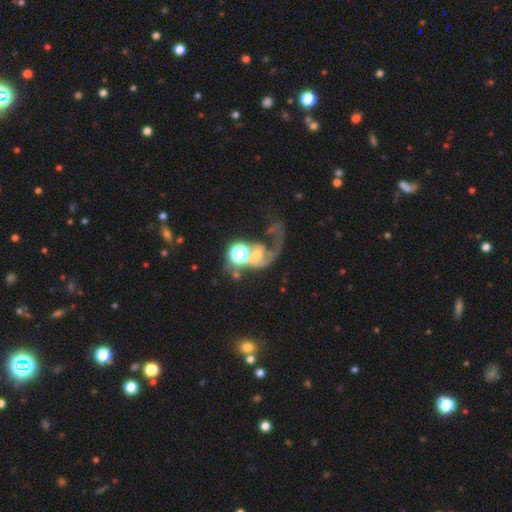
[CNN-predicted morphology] The model was most divided on "merging": merger: 38%, major disturbance: 36%, none: 18%, minor disturbance: 9%. Remaining: edge-on disk — no (97%); spiral arms — yes (78%); bar — no (66%); smooth or featured — featured or disk (61%); bulge size — moderate (41%).